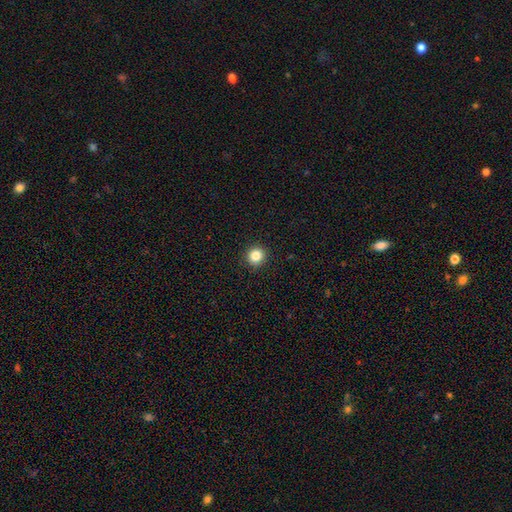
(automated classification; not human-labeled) smooth 84%, star or artifact 11%, featured or disk 5%. Down the decision tree: how rounded — round (93%); merging — none (93%).